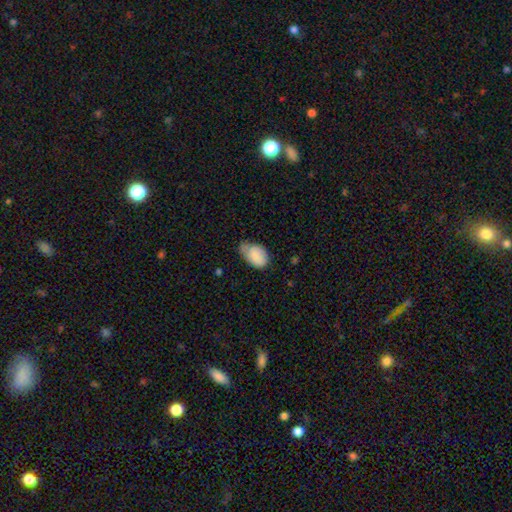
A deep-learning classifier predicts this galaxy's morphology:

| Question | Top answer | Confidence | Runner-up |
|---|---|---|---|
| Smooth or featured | smooth | 84% | featured or disk (9%) |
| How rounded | in between | 86% | round (12%) |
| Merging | minor disturbance | 49% | none (34%) |